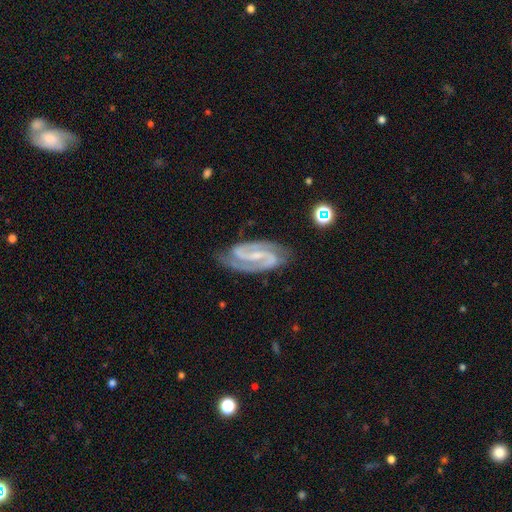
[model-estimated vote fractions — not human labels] Smooth or featured: featured or disk — 93% (star or artifact — 4%)
Edge-on disk: no — 97% (yes — 3%)
Bar: strong — 46% (weak — 38%)
Spiral arms: yes — 99% (no — 1%)
Spiral winding: medium — 53% (tight — 37%)
Spiral arm count: 2 — 94% (can't tell — 2%)
Bulge size: small — 66% (none — 17%)
Merging: none — 83% (minor disturbance — 13%)